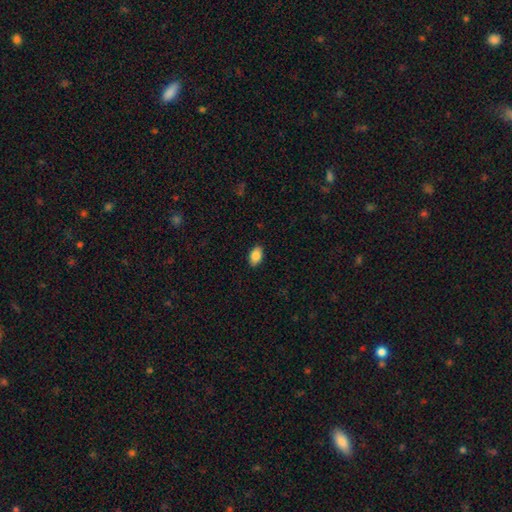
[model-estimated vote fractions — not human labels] Morphology: type=smooth (86%); roundness=in between (91%); merging=none (88%).